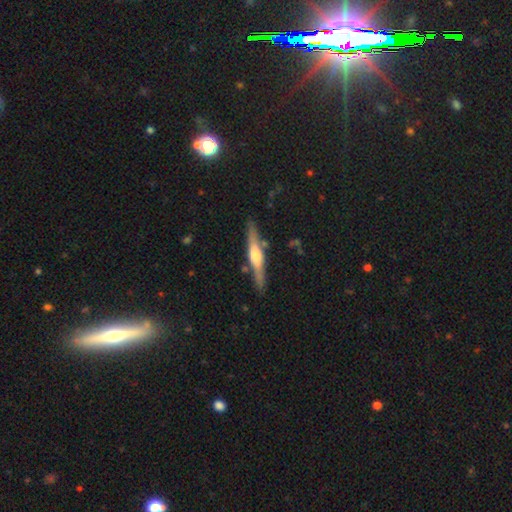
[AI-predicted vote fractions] Smooth or featured? featured or disk (68%)
Edge-on disk? yes (96%)
Edge-on bulge? rounded (85%)
Merging? none (85%)